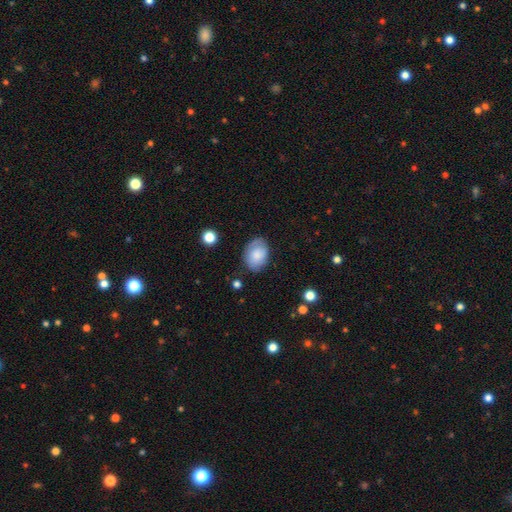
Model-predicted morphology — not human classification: This appears to be a smooth galaxy with no disk features (71%) that is in between round and cigar-shaped (79%). Merging: none (73%).